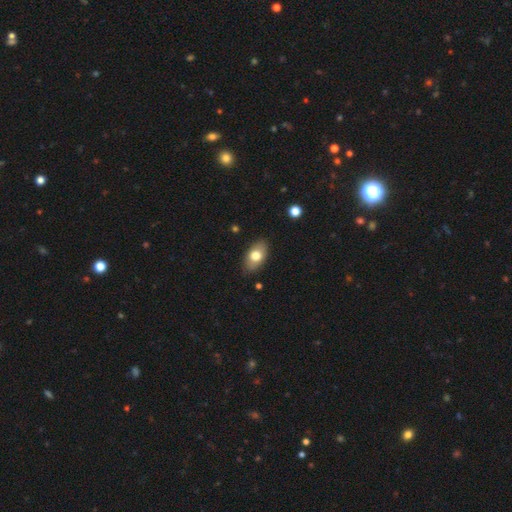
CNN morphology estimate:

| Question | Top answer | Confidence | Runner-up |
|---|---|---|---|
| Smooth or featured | smooth | 73% | featured or disk (20%) |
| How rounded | in between | 90% | round (7%) |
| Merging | none | 85% | minor disturbance (12%) |